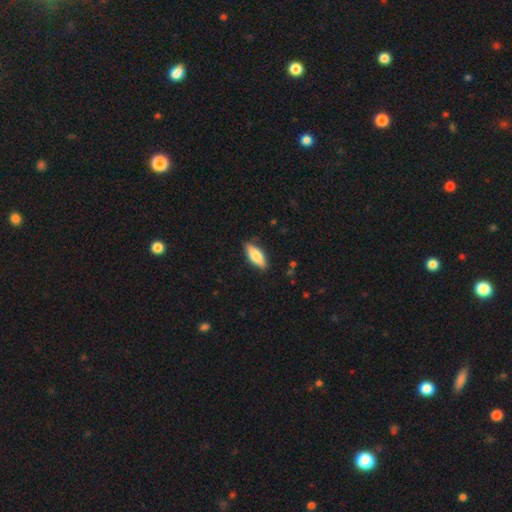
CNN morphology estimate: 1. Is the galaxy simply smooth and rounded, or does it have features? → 73% smooth, 21% featured or disk, 6% star or artifact.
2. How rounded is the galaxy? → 72% in between, 25% cigar-shaped, 2% round.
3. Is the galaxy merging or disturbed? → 86% none, 11% minor disturbance, 2% major disturbance, 1% merger.